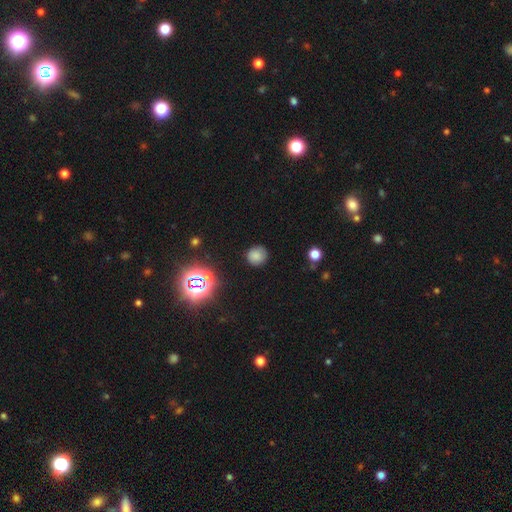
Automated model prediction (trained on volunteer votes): smooth 76%, star or artifact 17%, featured or disk 7%. Down the decision tree: how rounded — round (90%); merging — none (86%).